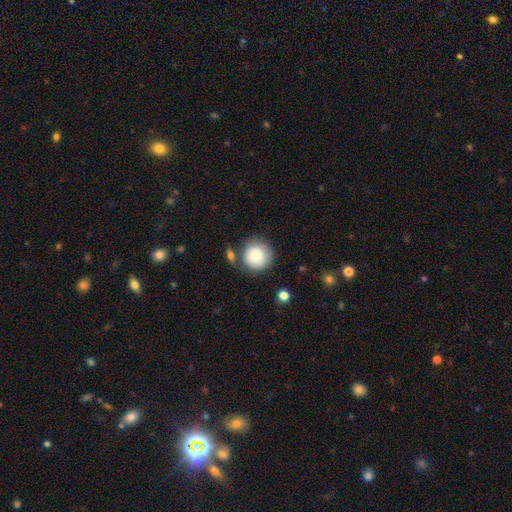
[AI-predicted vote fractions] Q: Smooth or featured?
A: smooth (85%); runner-up: featured or disk (7%)
Q: How rounded?
A: round (93%); runner-up: in between (6%)
Q: Merging?
A: none (72%); runner-up: minor disturbance (15%)